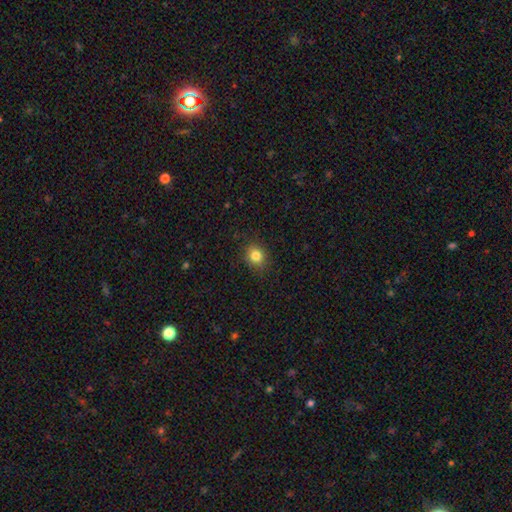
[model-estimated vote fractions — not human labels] This appears to be a smooth galaxy with no disk features (82%) that is round (74%). Merging: none (88%).